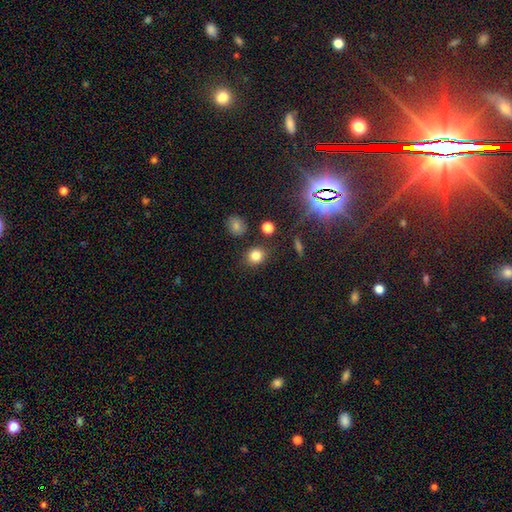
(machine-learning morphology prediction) A smooth galaxy with no disk features (81%) that is round (75%).

Vote fractions:
- Smooth or featured? smooth: 81% / star or artifact: 14% / featured or disk: 6%
- How rounded? round: 75% / in between: 23% / cigar-shaped: 1%
- Merging? none: 82% / minor disturbance: 10% / merger: 5% / major disturbance: 3%